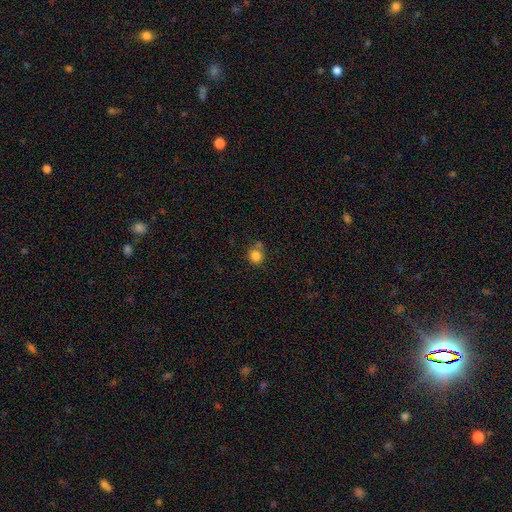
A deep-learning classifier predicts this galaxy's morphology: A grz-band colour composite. It shows a smooth galaxy with no disk features (82%) that is round (81%). Merging: none (61%).